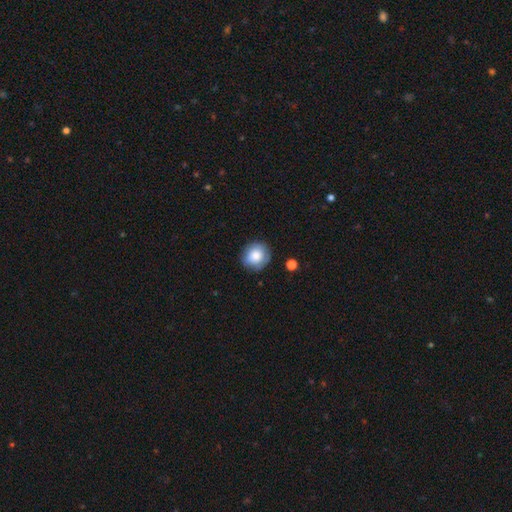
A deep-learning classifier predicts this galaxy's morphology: smooth 79%, featured or disk 13%, star or artifact 8%. Down the decision tree: how rounded — round (83%); merging — none (79%).